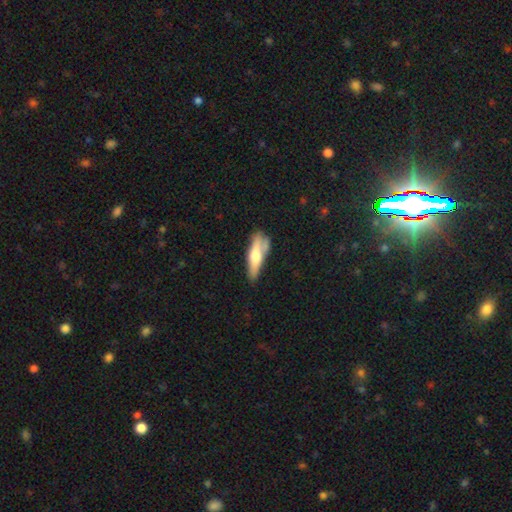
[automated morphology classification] Smooth or featured?
  - smooth: 56% *
  - featured or disk: 38%
  - star or artifact: 6%
How rounded?
  - cigar-shaped: 62% *
  - in between: 36%
  - round: 2%
Merging?
  - none: 52% *
  - minor disturbance: 25%
  - major disturbance: 12%
  - merger: 10%